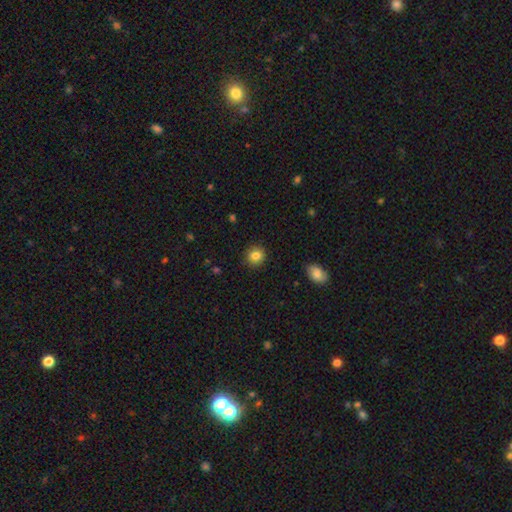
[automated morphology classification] Q: Smooth or featured?
A: smooth (84%); runner-up: star or artifact (10%)
Q: How rounded?
A: round (88%); runner-up: in between (11%)
Q: Merging?
A: none (91%); runner-up: minor disturbance (6%)